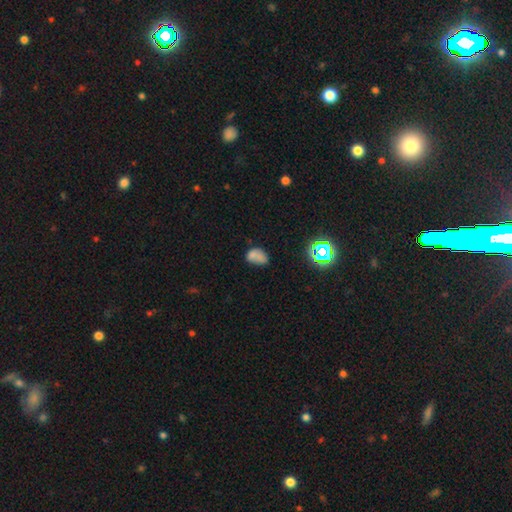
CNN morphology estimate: Q: Smooth or featured?
A: smooth (70%); runner-up: star or artifact (16%)
Q: How rounded?
A: in between (80%); runner-up: round (19%)
Q: Merging?
A: none (44%); runner-up: minor disturbance (29%)